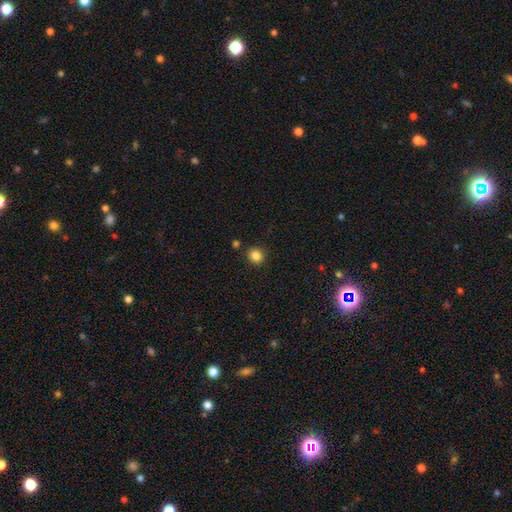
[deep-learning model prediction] Smooth or featured? smooth (84%)
How rounded? round (85%)
Merging? none (86%)